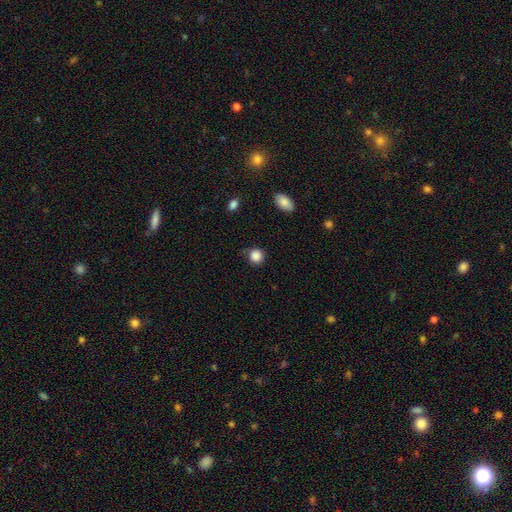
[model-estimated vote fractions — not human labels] Smooth or featured: smooth — 87% (star or artifact — 9%)
How rounded: round — 90% (in between — 9%)
Merging: none — 75% (minor disturbance — 18%)